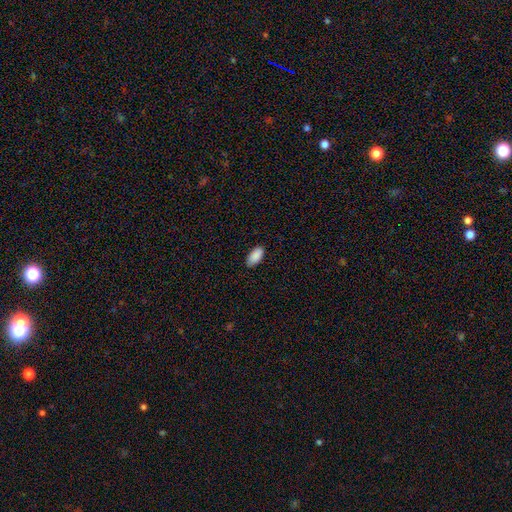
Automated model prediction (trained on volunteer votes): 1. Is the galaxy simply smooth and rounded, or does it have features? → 90% smooth, 6% star or artifact, 4% featured or disk.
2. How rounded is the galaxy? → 94% in between, 4% cigar-shaped, 2% round.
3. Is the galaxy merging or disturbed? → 86% none, 11% minor disturbance, 2% major disturbance, 1% merger.